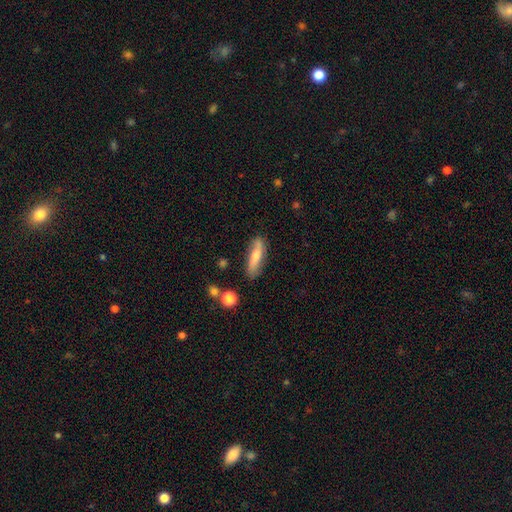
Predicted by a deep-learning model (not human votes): Overall: smooth (58%; featured or disk 35%). How rounded: cigar-shaped (58%; in between 39%). Merging: none (75%).